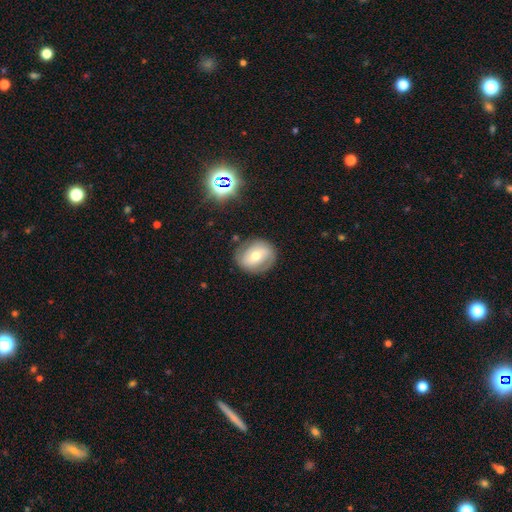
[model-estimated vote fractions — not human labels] A featured or disk galaxy (50%).

Vote fractions:
- Smooth or featured? featured or disk: 50% / smooth: 41% / star or artifact: 8%
- Edge-on disk? no: 95% / yes: 5%
- Merging? none: 78% / minor disturbance: 15% / major disturbance: 5% / merger: 2%